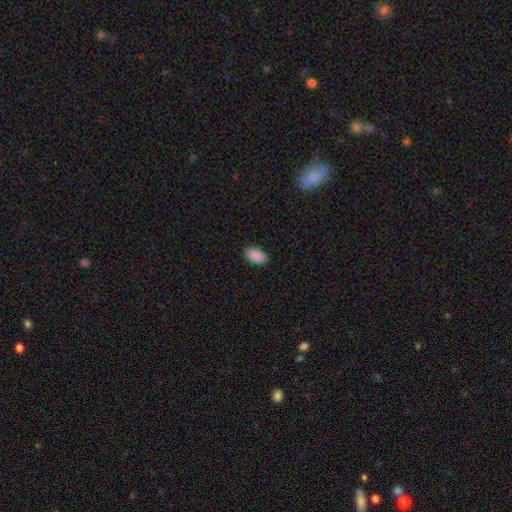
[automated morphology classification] Smooth or featured? Predicted: smooth (p=0.90). How rounded? Predicted: in between (p=0.94). Merging? Predicted: none (p=0.89).